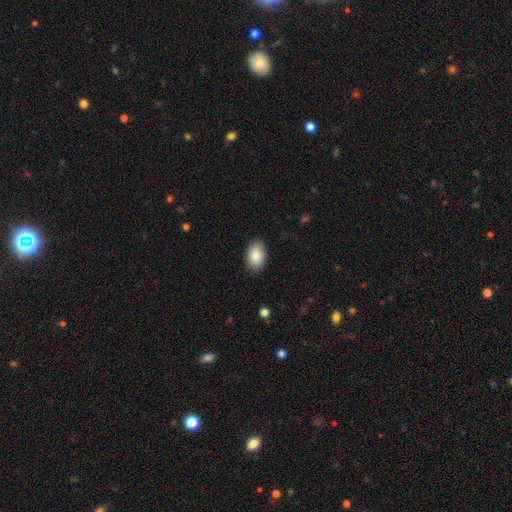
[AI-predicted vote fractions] Smooth or featured: smooth — 87% (star or artifact — 7%)
How rounded: in between — 88% (round — 11%)
Merging: none — 88% (minor disturbance — 9%)